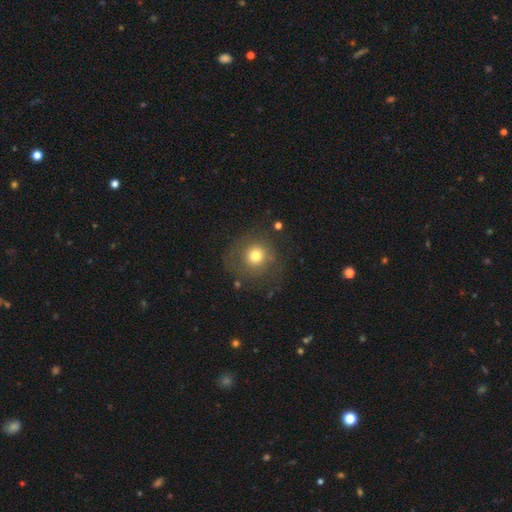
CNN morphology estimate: smooth 70%, featured or disk 18%, star or artifact 13%. Down the decision tree: how rounded — round (90%); merging — none (71%).